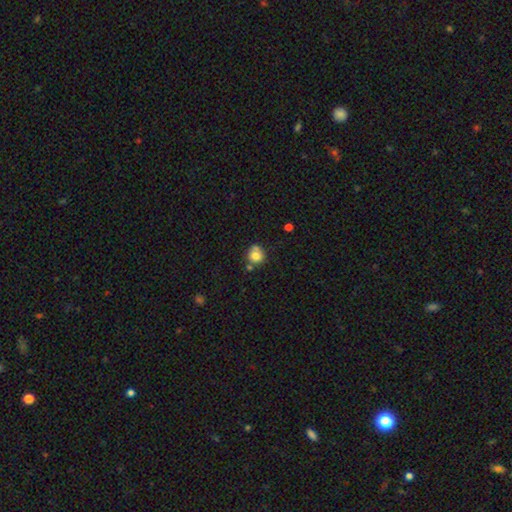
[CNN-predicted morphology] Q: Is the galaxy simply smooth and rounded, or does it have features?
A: smooth — 77%.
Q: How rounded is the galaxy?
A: round — 83%.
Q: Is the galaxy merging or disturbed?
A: none — 58%.